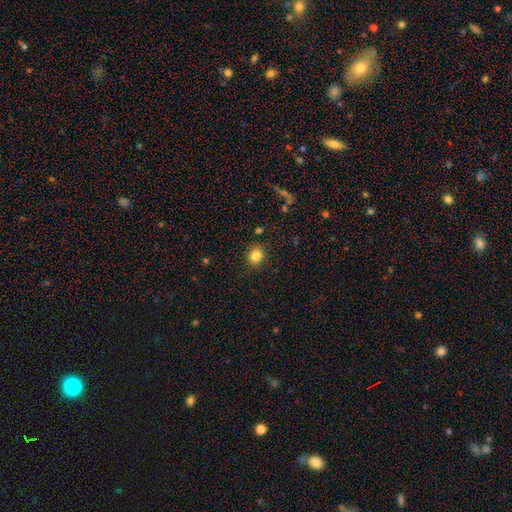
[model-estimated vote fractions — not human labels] A smooth galaxy with no disk features (83%) that is round (77%). Merging: none (87%).